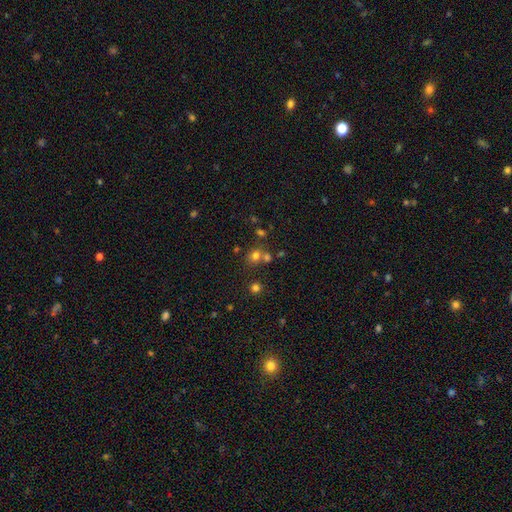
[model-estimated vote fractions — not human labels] smooth 67%, star or artifact 22%, featured or disk 11%. Down the decision tree: how rounded — round (73%); merging — none (54%).